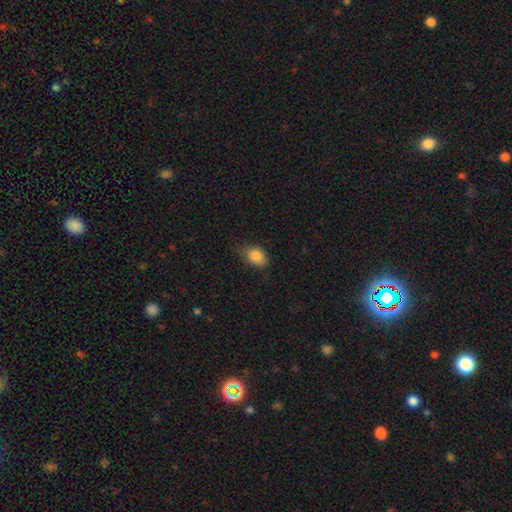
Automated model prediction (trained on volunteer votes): smooth 85%, star or artifact 9%, featured or disk 6%. Down the decision tree: how rounded — in between (77%); merging — none (64%).